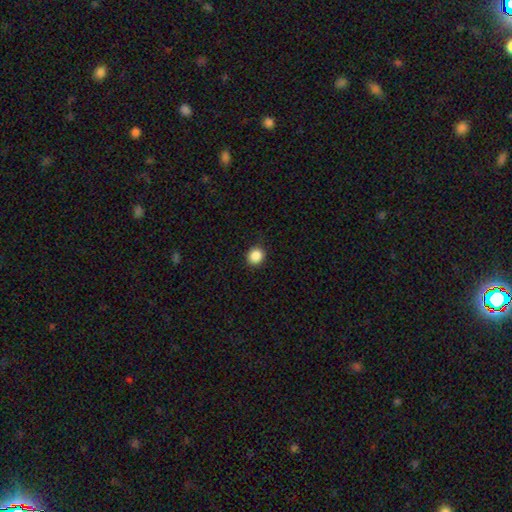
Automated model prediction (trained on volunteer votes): This appears to be a smooth galaxy with no disk features (88%) that is round (84%). Merging: none (89%).